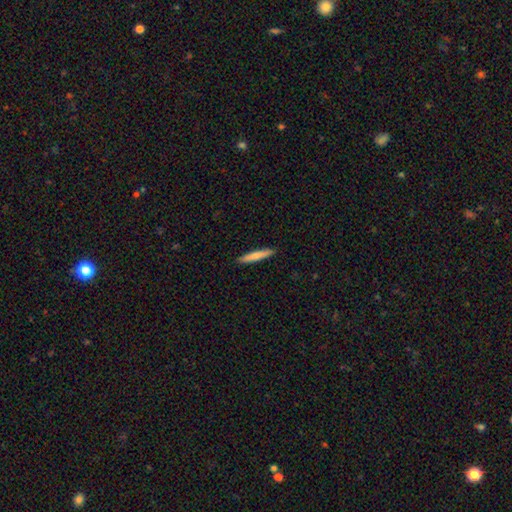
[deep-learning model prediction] Smooth or featured?
  - smooth: 73% *
  - featured or disk: 22%
  - star or artifact: 5%
How rounded?
  - cigar-shaped: 93% *
  - in between: 5%
  - round: 1%
Merging?
  - none: 92% *
  - minor disturbance: 6%
  - major disturbance: 1%
  - merger: 1%